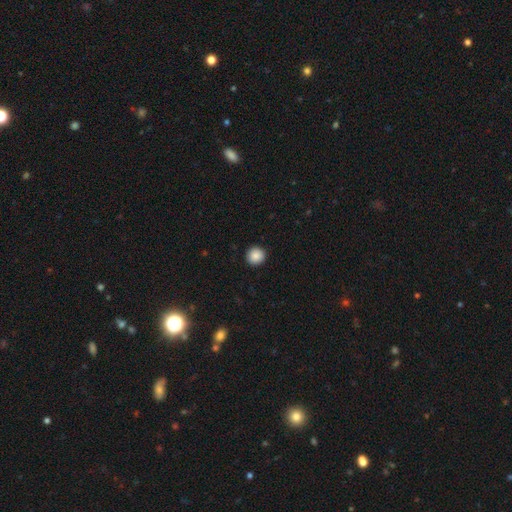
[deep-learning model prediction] Smooth or featured? Predicted: smooth (p=0.88). How rounded? Predicted: round (p=0.95). Merging? Predicted: none (p=0.93).